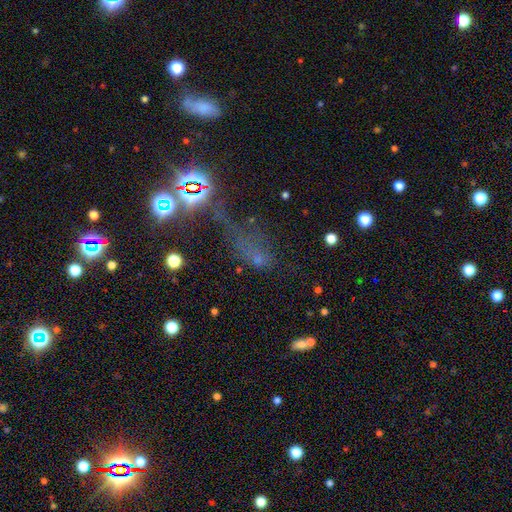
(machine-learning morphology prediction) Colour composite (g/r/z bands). It shows a star or artifact, not a galaxy (48%).